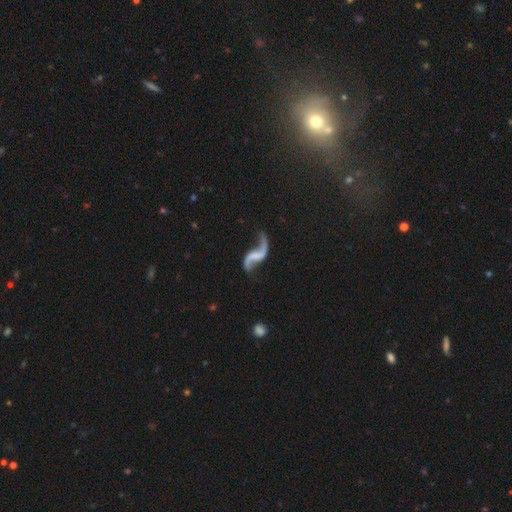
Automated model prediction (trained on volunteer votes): This is clearly a featured or disk galaxy (90%). It is clearly not viewed edge-on (97%). Bar: marginally no (39%). Spiral arm pattern: clearly yes (96%). Spiral arm count: clearly 2 (92%). Spiral winding: clearly loose (92%). Central bulge: likely none (68%). Merging: likely none (68%).